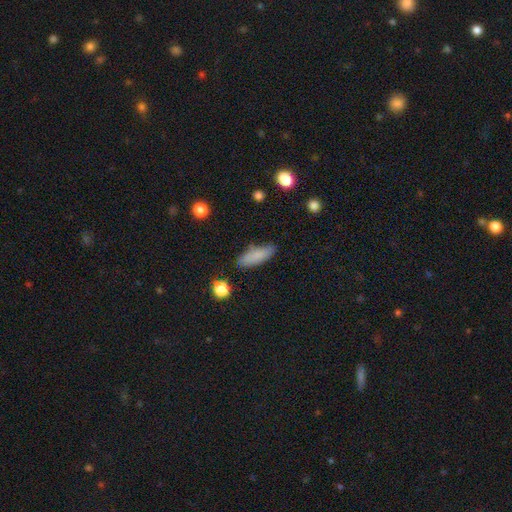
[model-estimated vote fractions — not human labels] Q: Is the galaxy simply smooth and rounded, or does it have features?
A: smooth — 83%.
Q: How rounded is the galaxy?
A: in between — 55%.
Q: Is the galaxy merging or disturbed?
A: none — 76%.